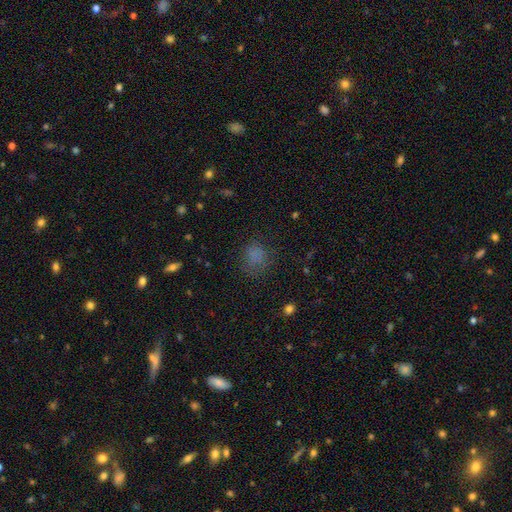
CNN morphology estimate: type=smooth (71%); roundness=round (69%); merging=none (66%).